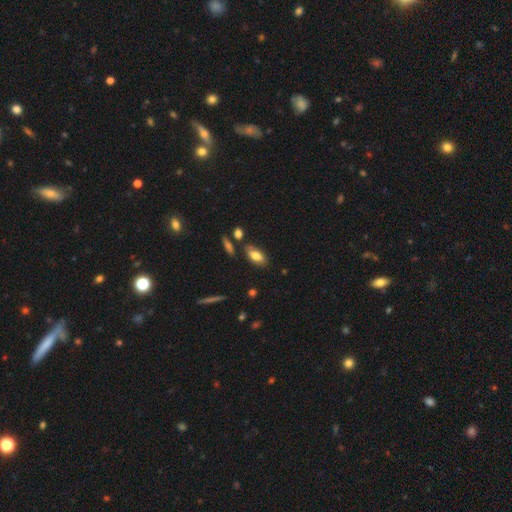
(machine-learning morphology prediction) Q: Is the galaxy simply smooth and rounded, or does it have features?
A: smooth — 77%.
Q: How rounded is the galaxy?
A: in between — 89%.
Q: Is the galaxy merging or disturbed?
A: none — 74%.